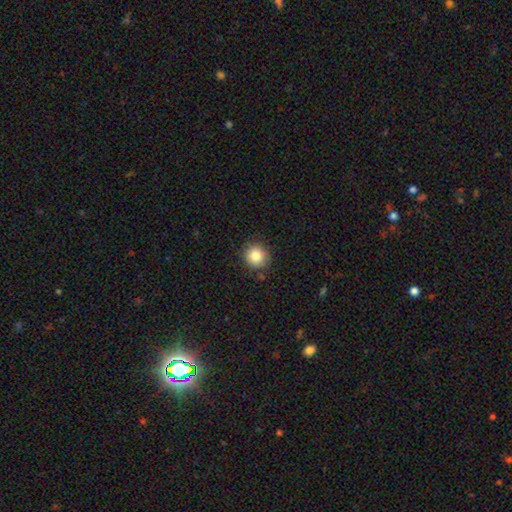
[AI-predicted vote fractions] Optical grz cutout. It shows a smooth galaxy with no disk features (83%) that is round (93%). Merging: none (88%).